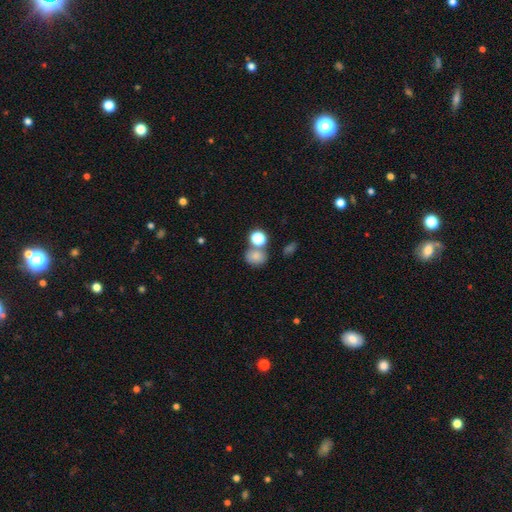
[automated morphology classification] A smooth galaxy with no disk features (78%) that is round (62%).

Vote fractions:
- Smooth or featured? smooth: 78% / star or artifact: 14% / featured or disk: 8%
- How rounded? round: 62% / in between: 37% / cigar-shaped: 1%
- Merging? none: 55% / merger: 29% / minor disturbance: 12% / major disturbance: 5%